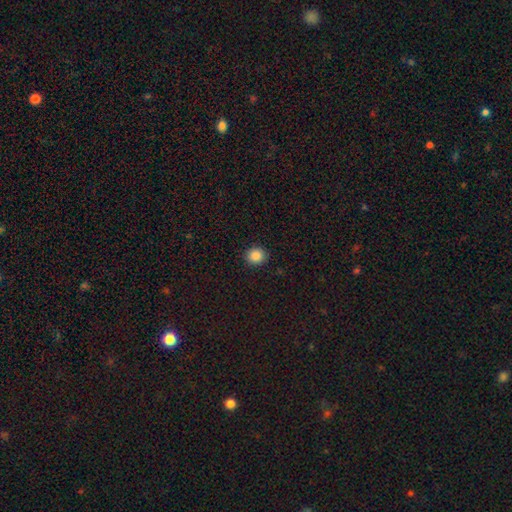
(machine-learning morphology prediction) A smooth galaxy with no disk features (87%) that is round (83%). Merging: none (91%).